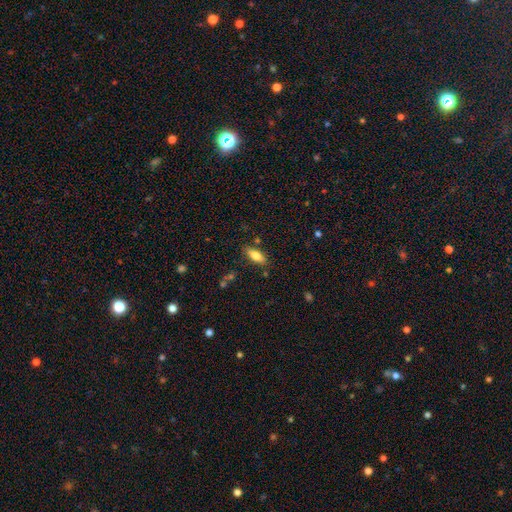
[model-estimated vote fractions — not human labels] Smooth or featured? smooth (74%)
How rounded? in between (74%)
Merging? none (81%)